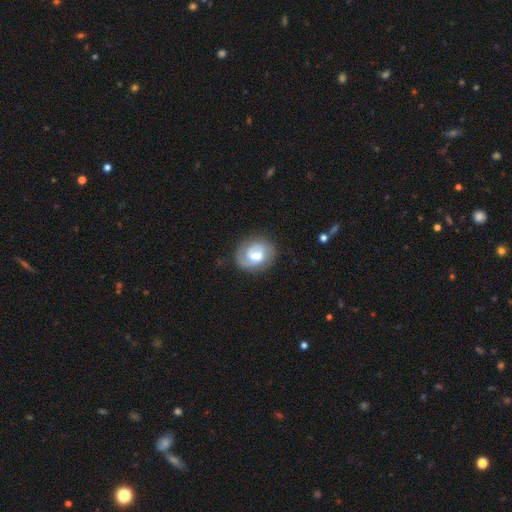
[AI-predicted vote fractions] Smooth or featured? featured or disk (65%)
Edge-on disk? no (97%)
Bar? weak (53%)
Spiral arms? yes (86%)
Spiral winding? tight (45%)
Spiral arm count? 2 (60%)
Bulge size? moderate (62%)
Merging? none (78%)